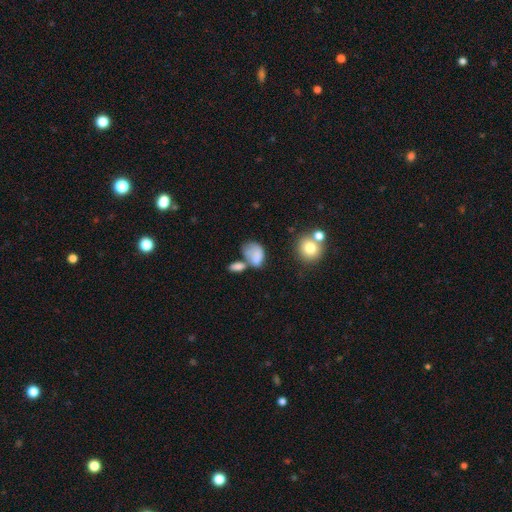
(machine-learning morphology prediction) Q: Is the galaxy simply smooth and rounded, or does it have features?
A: smooth — 72%.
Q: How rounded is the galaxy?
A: in between — 77%.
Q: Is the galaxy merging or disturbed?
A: merger — 33%.